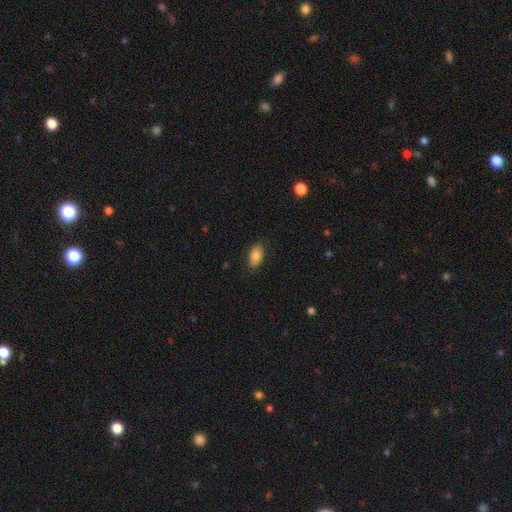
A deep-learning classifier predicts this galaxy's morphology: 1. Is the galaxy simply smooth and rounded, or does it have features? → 84% smooth, 9% featured or disk, 7% star or artifact.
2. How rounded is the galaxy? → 92% in between, 4% round, 4% cigar-shaped.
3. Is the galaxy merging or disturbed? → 86% none, 10% minor disturbance, 2% major disturbance, 1% merger.